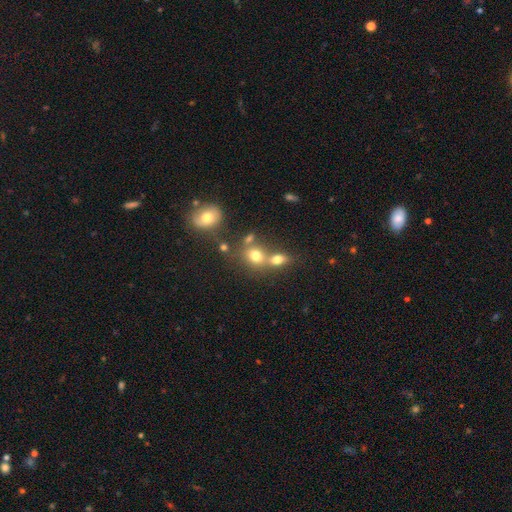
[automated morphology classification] The model was most divided on "merging": none: 43%, merger: 42%, minor disturbance: 10%, major disturbance: 5%. More confident: smooth or featured — smooth (72%); how rounded — round (62%).